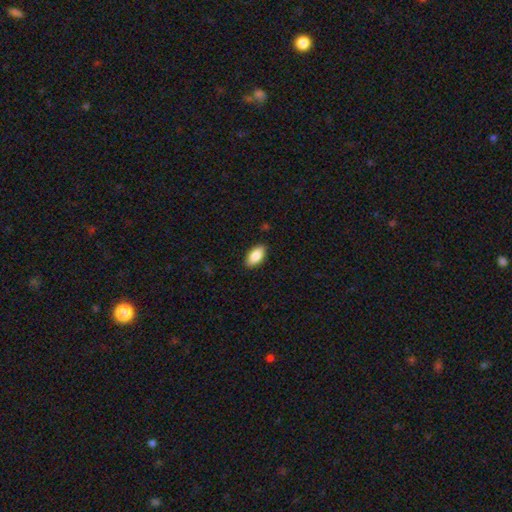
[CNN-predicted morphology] This appears to be a smooth galaxy with no disk features (86%) that is in between round and cigar-shaped (92%). Merging: none (89%).